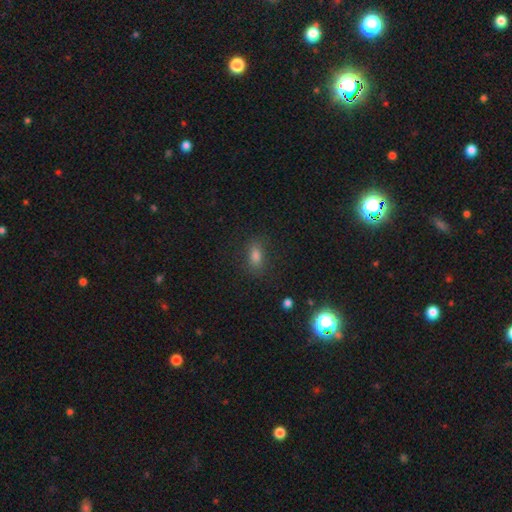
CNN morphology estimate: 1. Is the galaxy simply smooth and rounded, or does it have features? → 72% smooth, 19% star or artifact, 9% featured or disk.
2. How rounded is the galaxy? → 78% in between, 15% round, 7% cigar-shaped.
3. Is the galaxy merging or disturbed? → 83% none, 12% minor disturbance, 4% major disturbance, 2% merger.